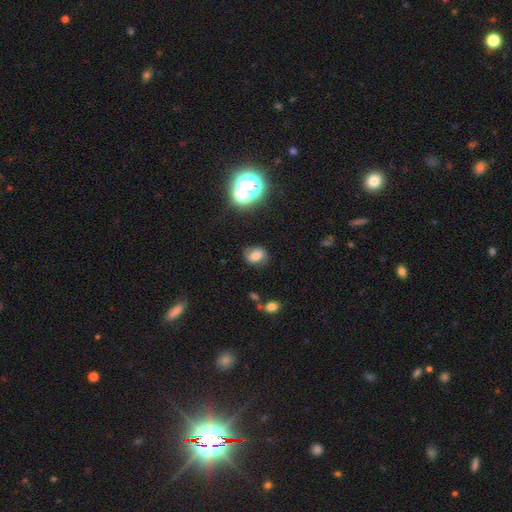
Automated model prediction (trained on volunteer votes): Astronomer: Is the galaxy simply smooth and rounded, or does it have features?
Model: smooth — 61%.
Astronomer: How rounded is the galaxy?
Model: in between — 64%.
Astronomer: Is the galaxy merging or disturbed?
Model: none — 67%.